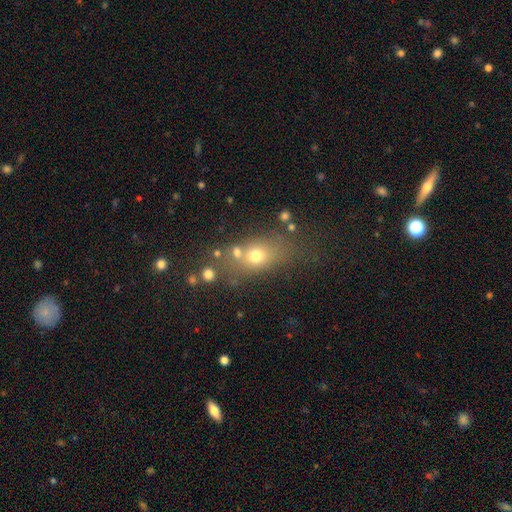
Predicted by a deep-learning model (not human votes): A smooth galaxy with no disk features (64%) that is in between round and cigar-shaped (54%). Merging: none (58%).